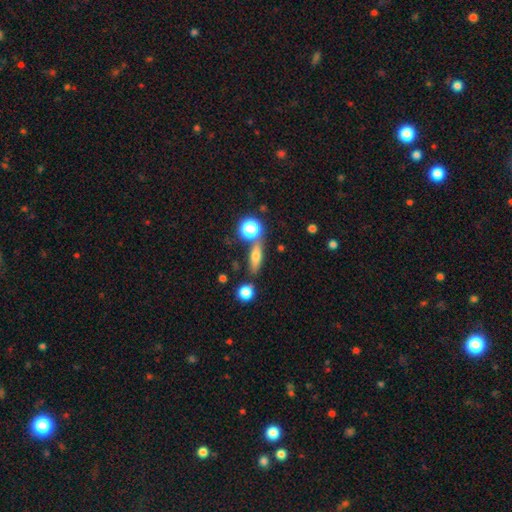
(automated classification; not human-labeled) smooth_or_featured: smooth (p=0.56) [alt: featured or disk p=0.31]
how_rounded: cigar-shaped (p=0.50) [alt: in between p=0.37]
merging: none (p=0.72) [alt: minor disturbance p=0.12]